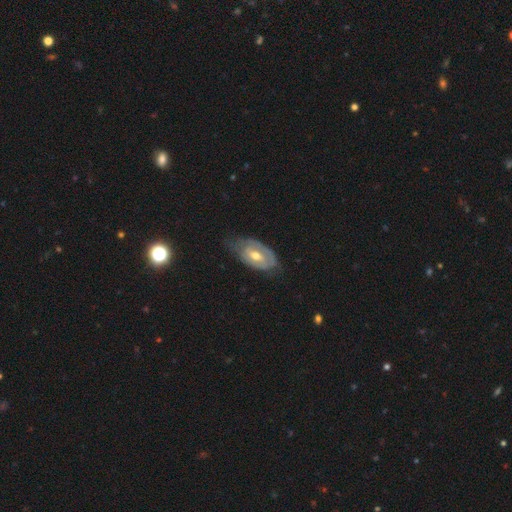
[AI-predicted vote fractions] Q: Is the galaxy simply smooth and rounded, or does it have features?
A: featured or disk — 66%.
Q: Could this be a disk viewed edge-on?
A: no — 92%.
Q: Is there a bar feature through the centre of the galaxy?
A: no — 45%.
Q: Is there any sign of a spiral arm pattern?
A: yes — 59%.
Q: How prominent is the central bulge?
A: moderate — 73%.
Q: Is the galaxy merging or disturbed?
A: none — 48%.